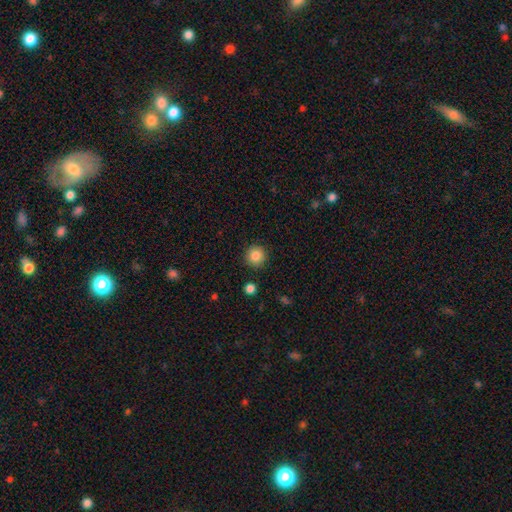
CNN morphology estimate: Smooth or featured? smooth (85%)
How rounded? round (95%)
Merging? none (90%)